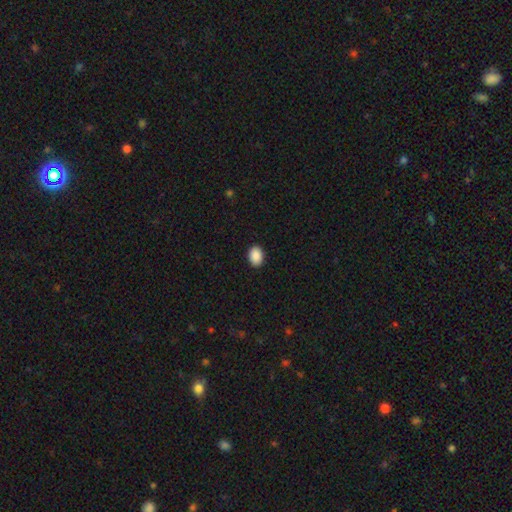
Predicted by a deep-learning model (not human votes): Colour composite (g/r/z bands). It shows a smooth galaxy with no disk features (90%) that is in between round and cigar-shaped (75%). Merging: none (91%).